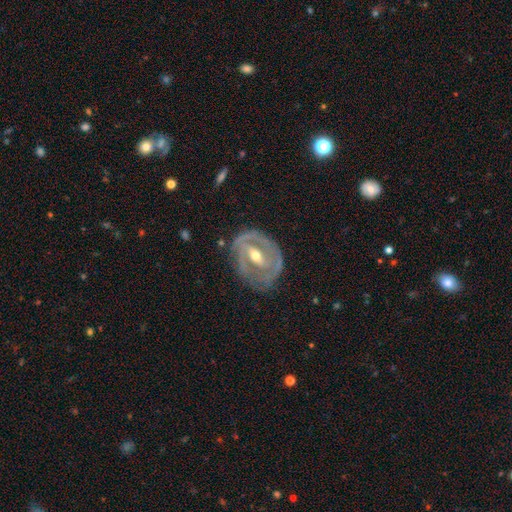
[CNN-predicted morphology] Overall: featured or disk (85%). Edge-on disk: no (95%). Bar: weak (40%; strong 39%). Spiral arms: yes (81%). Spiral arm count: 2 (55%; can't tell 20%). Spiral winding: tight (62%; medium 29%). Bulge size: moderate (65%; small 31%). Merging: none (65%).